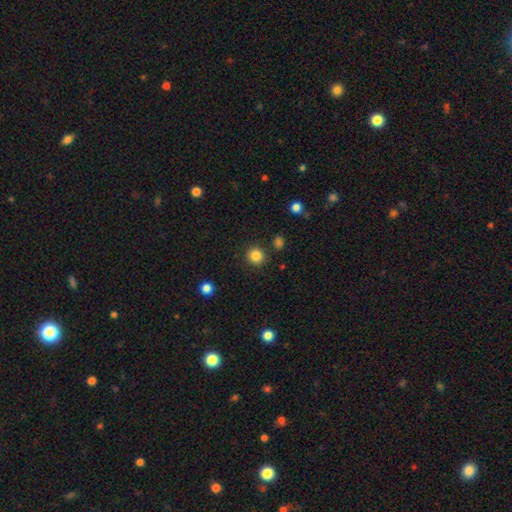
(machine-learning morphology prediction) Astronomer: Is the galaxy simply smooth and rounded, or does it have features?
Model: smooth — 84%.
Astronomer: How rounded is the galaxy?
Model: round — 91%.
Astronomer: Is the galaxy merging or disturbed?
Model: none — 89%.